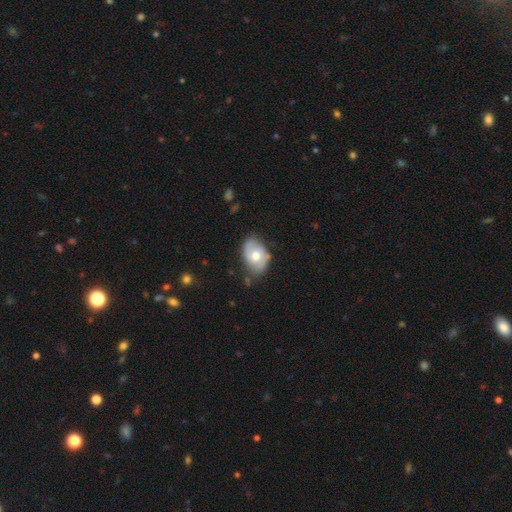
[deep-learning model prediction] Smooth or featured? smooth (55%)
How rounded? in between (83%)
Merging? none (67%)